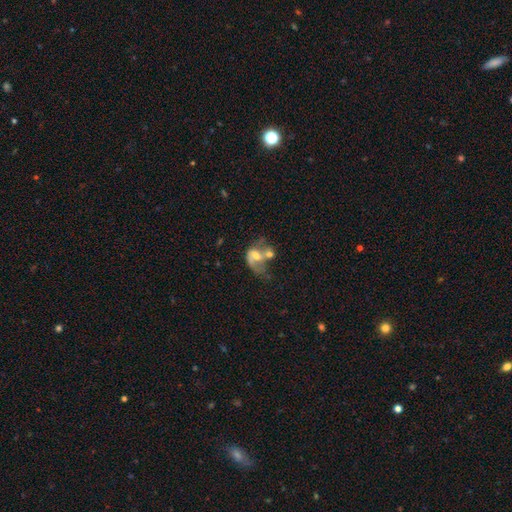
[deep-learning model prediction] A featured or disk galaxy (58%) with no bar (56%), spiral arms (69%) and a moderate central bulge (59%). Merging: merger (48%).